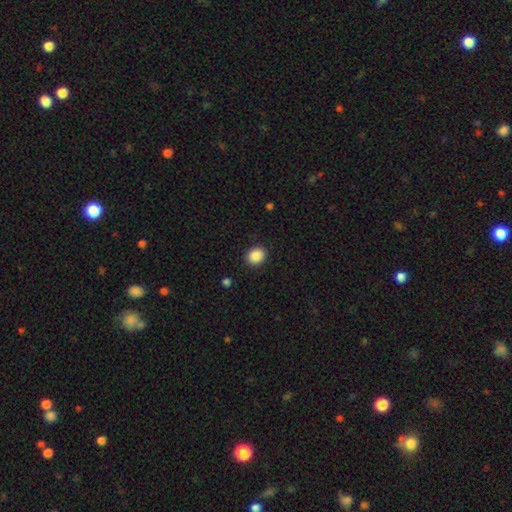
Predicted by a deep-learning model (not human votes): Q: Smooth or featured?
A: smooth (89%); runner-up: star or artifact (8%)
Q: How rounded?
A: round (57%); runner-up: in between (42%)
Q: Merging?
A: none (90%); runner-up: minor disturbance (7%)